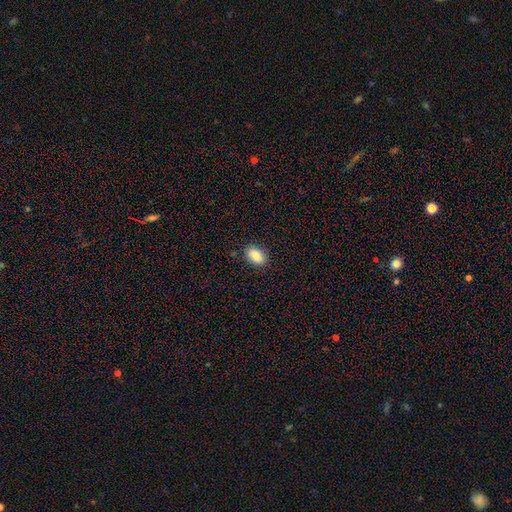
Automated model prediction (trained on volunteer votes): Smooth or featured? smooth (88%)
How rounded? in between (90%)
Merging? none (87%)